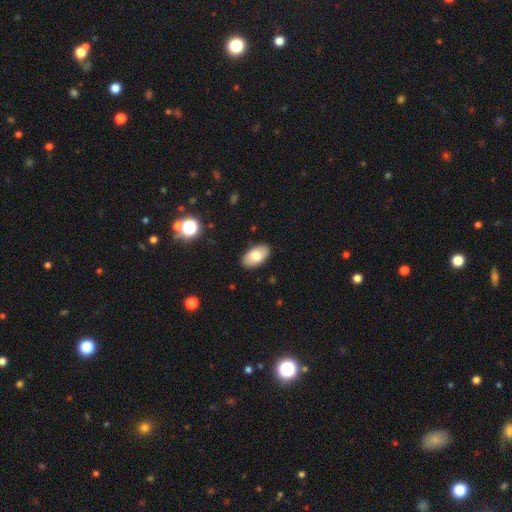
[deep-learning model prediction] Smooth or featured? smooth (79%)
How rounded? in between (94%)
Merging? none (88%)